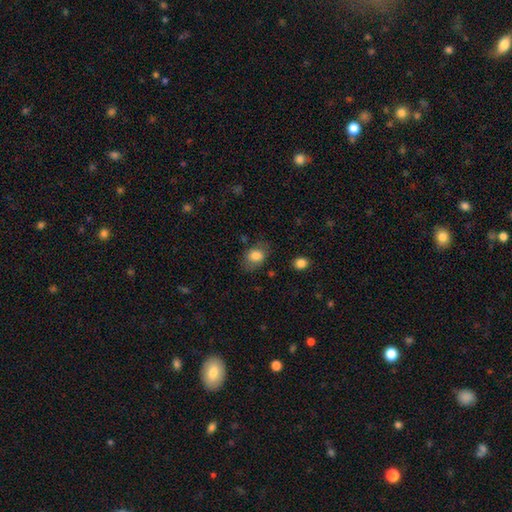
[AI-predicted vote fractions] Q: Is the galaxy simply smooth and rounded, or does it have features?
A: smooth — 80%.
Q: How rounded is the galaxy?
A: in between — 62%.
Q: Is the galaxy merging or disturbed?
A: none — 69%.